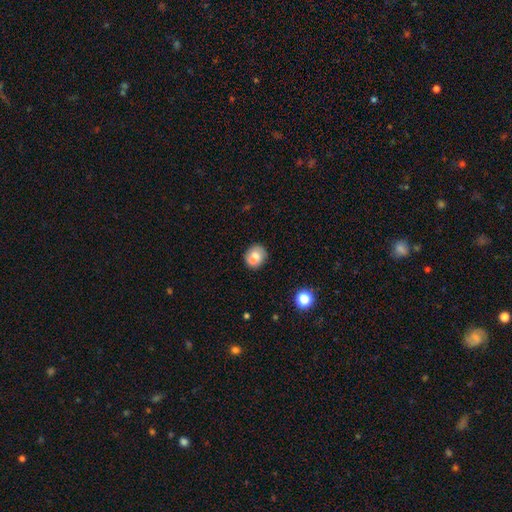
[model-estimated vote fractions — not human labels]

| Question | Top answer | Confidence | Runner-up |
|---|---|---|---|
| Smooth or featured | smooth | 70% | featured or disk (21%) |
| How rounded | round | 71% | in between (28%) |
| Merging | none | 52% | merger (32%) |